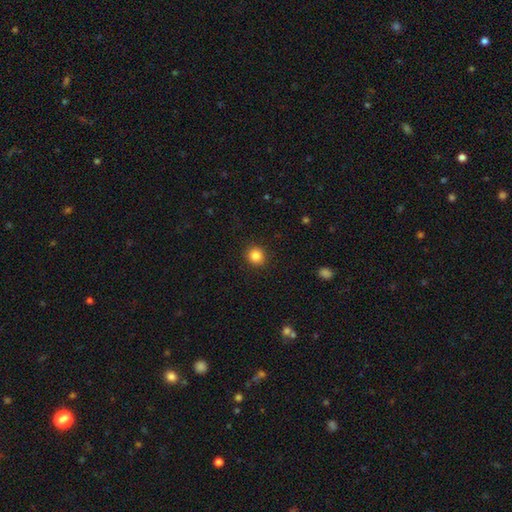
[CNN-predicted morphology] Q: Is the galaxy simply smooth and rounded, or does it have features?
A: smooth — 85%.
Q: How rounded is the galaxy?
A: round — 90%.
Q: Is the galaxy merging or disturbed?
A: none — 91%.